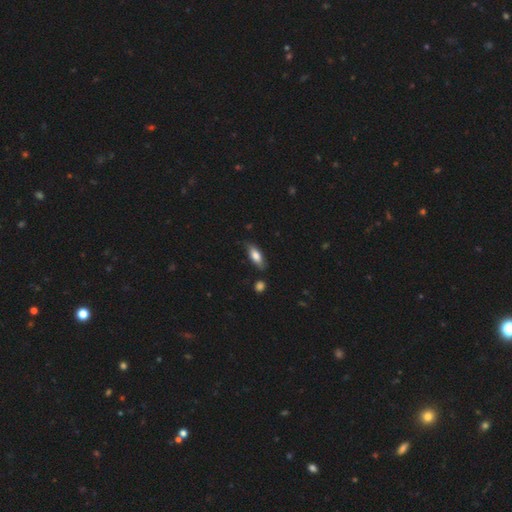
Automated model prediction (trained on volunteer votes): Morphology: type=smooth (74%); roundness=in between (70%); merging=none (76%).